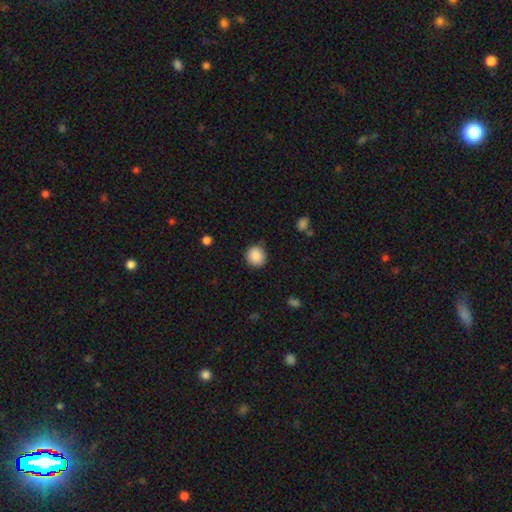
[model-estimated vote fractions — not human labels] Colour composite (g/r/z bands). It shows a smooth galaxy with no disk features (88%) that is round (91%). Merging: none (87%).